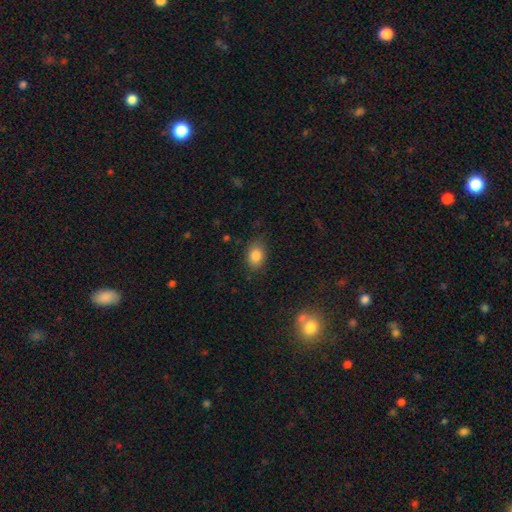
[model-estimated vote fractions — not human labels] This appears to be a smooth galaxy with no disk features (84%) that is in between round and cigar-shaped (75%). Merging: none (80%).